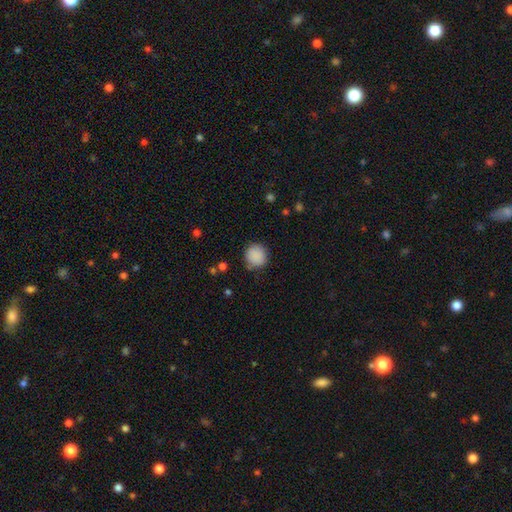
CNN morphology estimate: This appears to be a smooth galaxy with no disk features (88%) that is round (91%). Merging: none (84%).